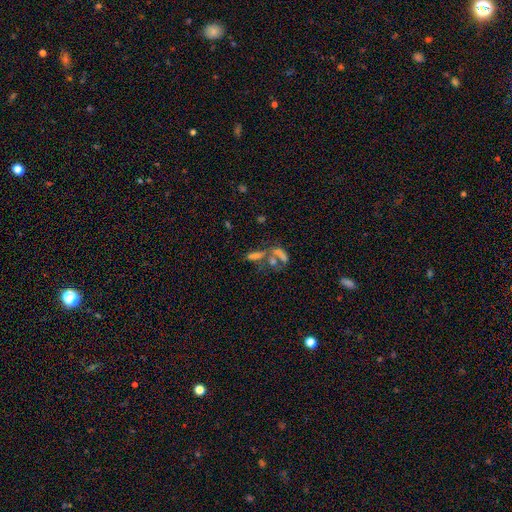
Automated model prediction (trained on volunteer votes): Overall: smooth (41%; star or artifact 30%). Merging: merger (49%; none 28%).